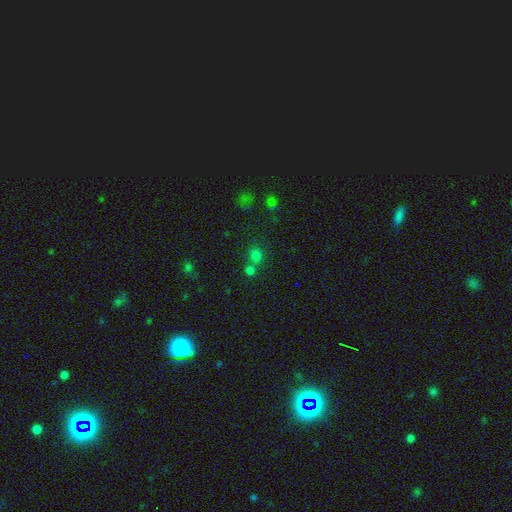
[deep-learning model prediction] Smooth or featured: smooth — 70% (star or artifact — 23%)
How rounded: round — 79% (in between — 19%)
Merging: none — 54% (merger — 34%)